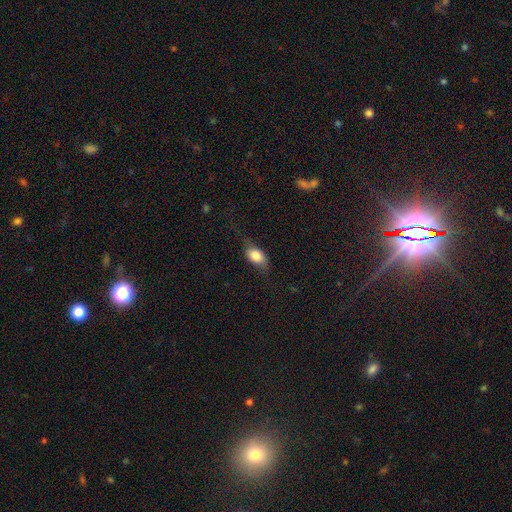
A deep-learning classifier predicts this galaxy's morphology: smooth 78%, featured or disk 15%, star or artifact 7%. Down the decision tree: how rounded — in between (83%); merging — none (63%).